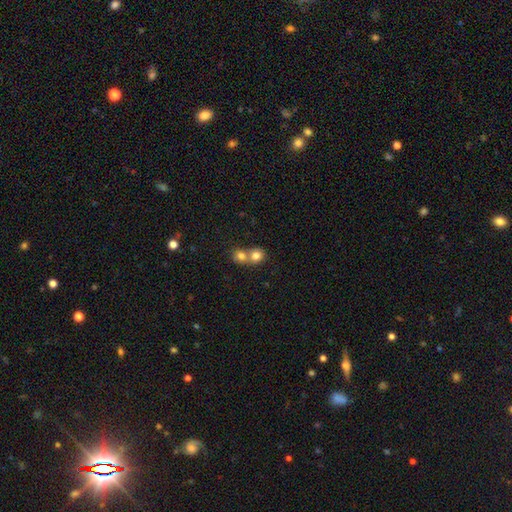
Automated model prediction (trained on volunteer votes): A smooth galaxy with no disk features (79%) that is round (78%).

Vote fractions:
- Smooth or featured? smooth: 79% / featured or disk: 11% / star or artifact: 10%
- How rounded? round: 78% / in between: 21% / cigar-shaped: 1%
- Merging? merger: 64% / none: 29% / minor disturbance: 5% / major disturbance: 2%